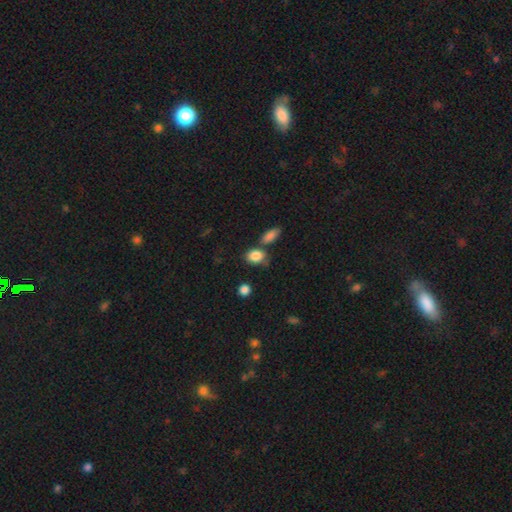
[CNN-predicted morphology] smooth 86%, star or artifact 9%, featured or disk 5%. Down the decision tree: how rounded — in between (68%); merging — none (60%).